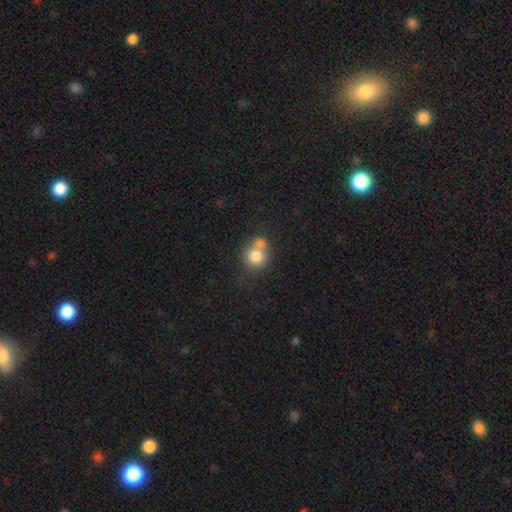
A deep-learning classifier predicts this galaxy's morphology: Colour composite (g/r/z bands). It shows a smooth galaxy with no disk features (78%) that is round (84%). Merging: merger (48%).